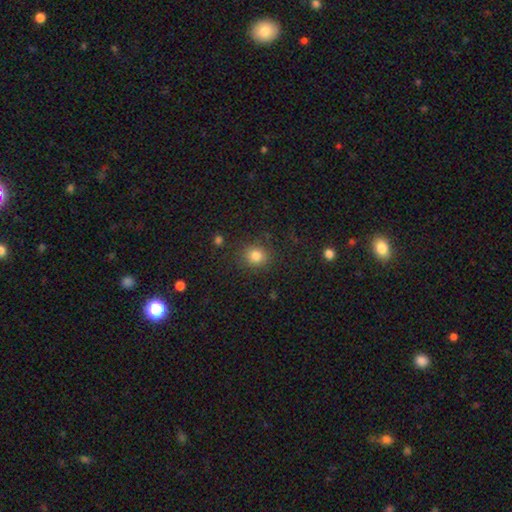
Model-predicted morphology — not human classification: This is clearly a smooth galaxy (82%). How rounded: likely round (78%). Merging: clearly none (86%).